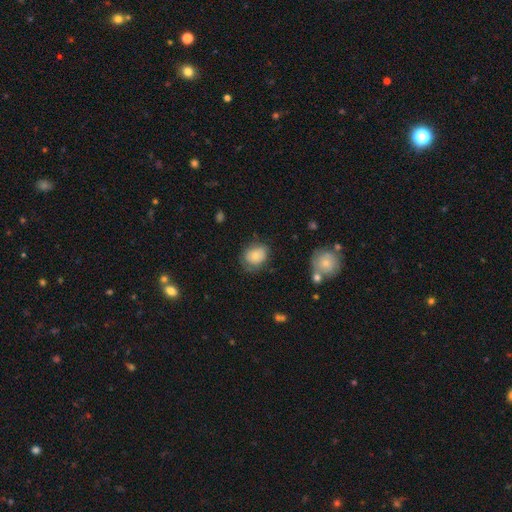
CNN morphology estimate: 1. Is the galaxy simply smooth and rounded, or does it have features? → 71% smooth, 20% featured or disk, 8% star or artifact.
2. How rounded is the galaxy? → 50% round, 49% in between, 1% cigar-shaped.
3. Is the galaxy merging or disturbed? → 63% none, 25% minor disturbance, 10% major disturbance, 2% merger.